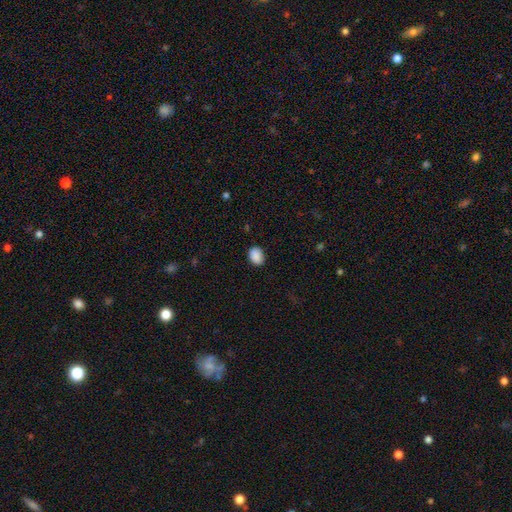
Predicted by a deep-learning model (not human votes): This is clearly a smooth galaxy (89%). How rounded: likely in between (71%). Merging: clearly none (83%).